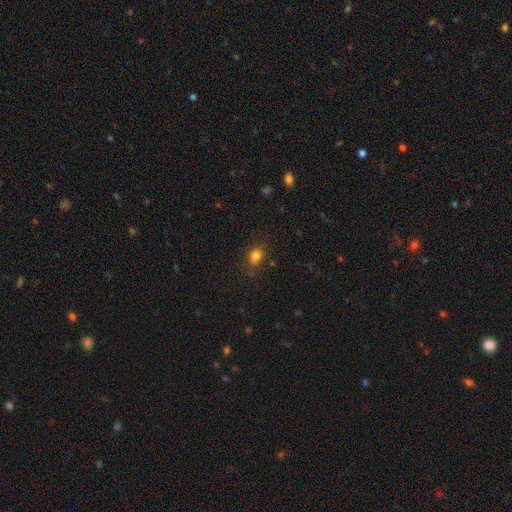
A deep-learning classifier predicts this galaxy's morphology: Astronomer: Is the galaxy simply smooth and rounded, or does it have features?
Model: smooth — 80%.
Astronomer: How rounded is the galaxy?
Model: round — 55% (runner-up: in between, 44%).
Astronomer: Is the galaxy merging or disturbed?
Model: none — 78%.